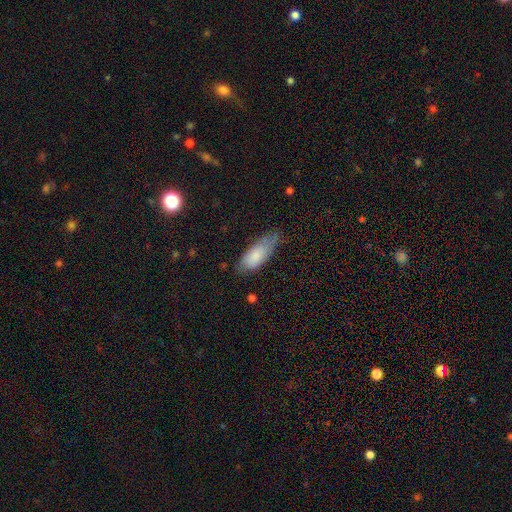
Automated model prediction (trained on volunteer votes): A smooth galaxy with no disk features (79%) that is in between round and cigar-shaped (78%). Merging: none (48%).